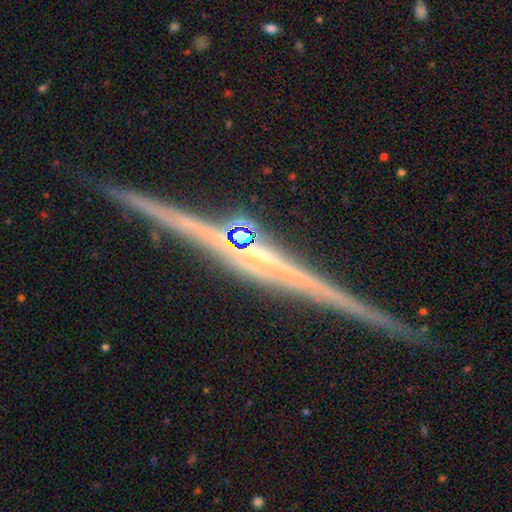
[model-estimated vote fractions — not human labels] smooth-or-featured: featured or disk: 85% | star or artifact: 9% | smooth: 5%
  disk-edge-on: yes: 98% | no: 2%
    edge-on-bulge: rounded: 66% | none: 23% | boxy: 11%
  merging: none: 88% | minor disturbance: 7% | merger: 3% | major disturbance: 2%